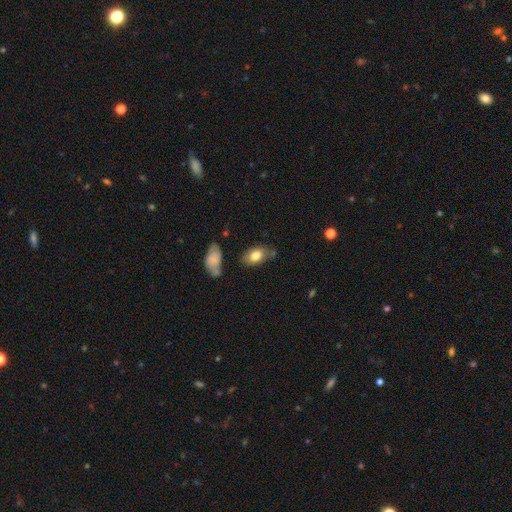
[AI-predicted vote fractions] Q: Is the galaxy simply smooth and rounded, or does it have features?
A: smooth — 78%.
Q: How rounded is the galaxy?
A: in between — 89%.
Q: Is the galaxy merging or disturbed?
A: none — 63%.